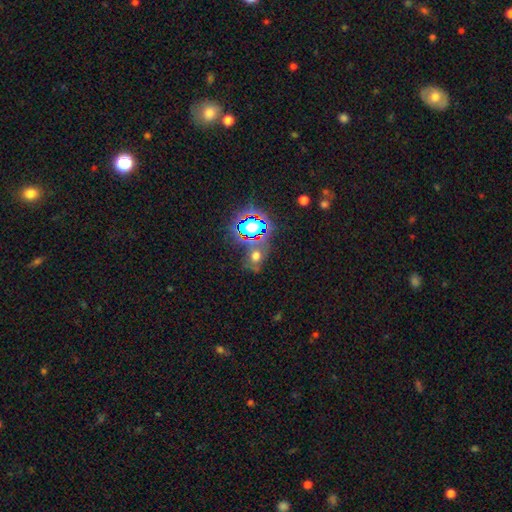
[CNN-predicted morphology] Smooth or featured? Predicted: smooth (p=0.42). Merging? Predicted: none (p=0.60).